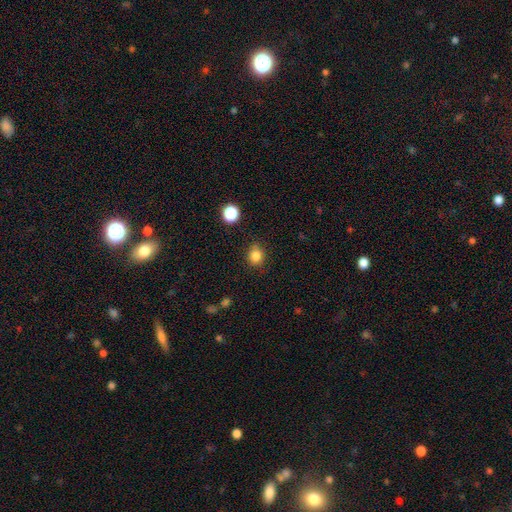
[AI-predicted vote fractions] smooth_or_featured: smooth (p=0.84) [alt: star or artifact p=0.12]
how_rounded: round (p=0.74) [alt: in between p=0.25]
merging: none (p=0.79) [alt: minor disturbance p=0.15]